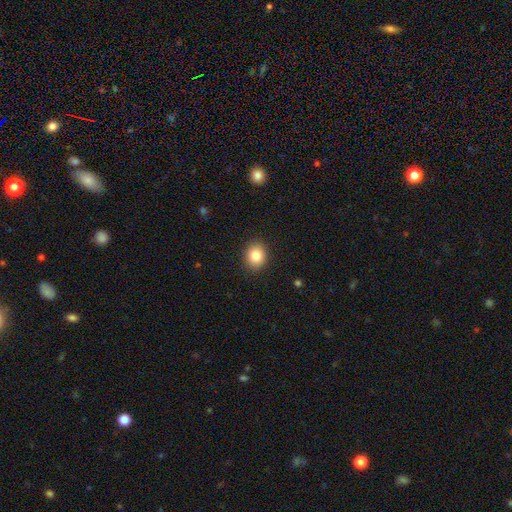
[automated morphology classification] smooth 84%, star or artifact 9%, featured or disk 7%. Down the decision tree: how rounded — round (64%); merging — none (90%).